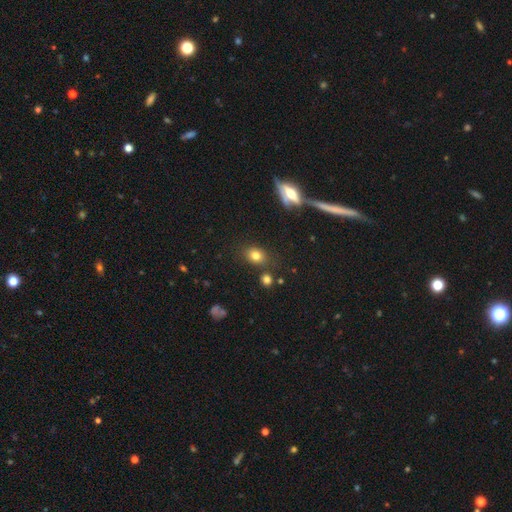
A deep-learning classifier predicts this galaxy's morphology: A smooth galaxy with no disk features (78%) that is in between round and cigar-shaped (54%).

Vote fractions:
- Smooth or featured? smooth: 78% / star or artifact: 13% / featured or disk: 9%
- How rounded? in between: 54% / round: 44% / cigar-shaped: 2%
- Merging? none: 78% / minor disturbance: 11% / merger: 7% / major disturbance: 4%